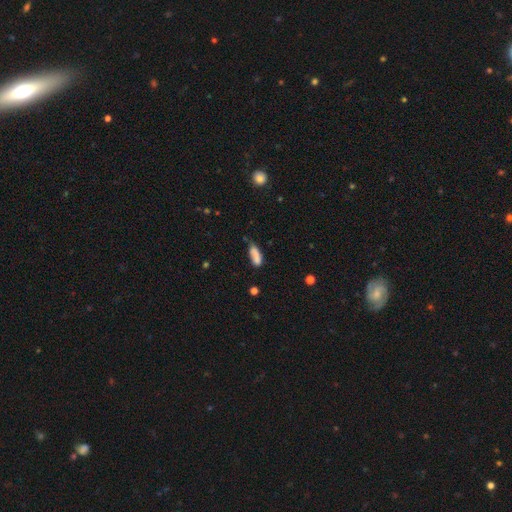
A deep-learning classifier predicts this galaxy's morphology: Smooth or featured? Predicted: smooth (p=0.82). How rounded? Predicted: in between (p=0.63). Merging? Predicted: none (p=0.51).